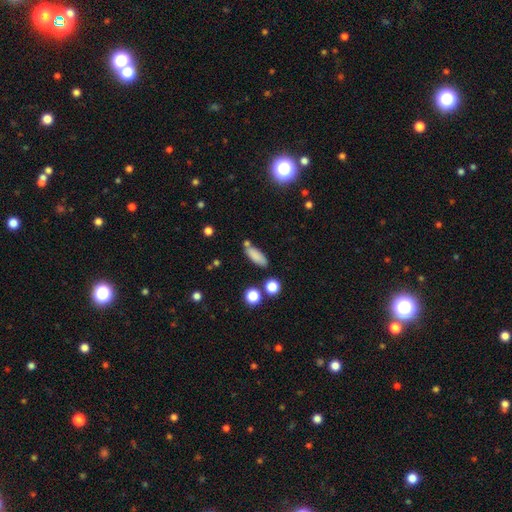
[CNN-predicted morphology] smooth 83%, star or artifact 9%, featured or disk 8%. Down the decision tree: how rounded — in between (64%); merging — none (71%).